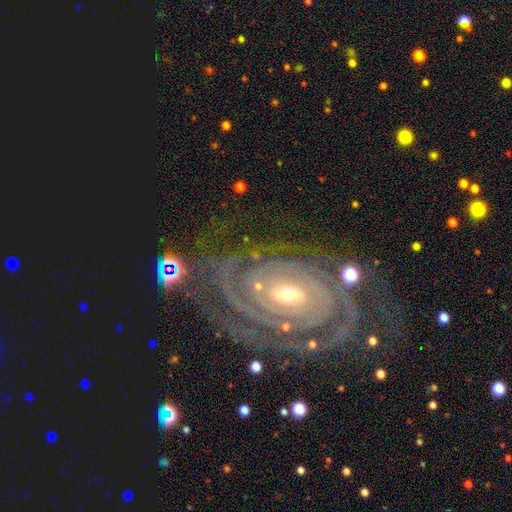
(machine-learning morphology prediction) smooth-or-featured: featured or disk: 89% | star or artifact: 7% | smooth: 4%
  disk-edge-on: no: 96% | yes: 4%
    bar: no: 46% | weak: 33% | strong: 22%
    has-spiral-arms: yes: 98% | no: 2%
      spiral-winding: tight: 84% | medium: 14% | loose: 2%
      spiral-arm-count: 2: 28% | can't tell: 21% | 3: 19% | 4: 14% | more than 4: 10% | 1: 8%
    bulge-size: small: 49% | moderate: 46% | large: 3% | none: 1% | dominant: 1%
  merging: none: 73% | minor disturbance: 16% | major disturbance: 8% | merger: 3%